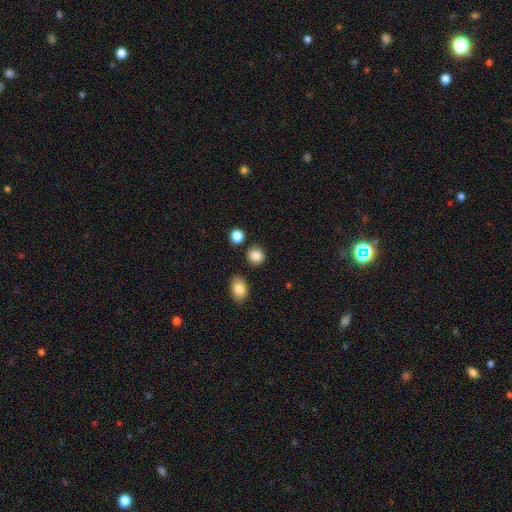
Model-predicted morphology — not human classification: Smooth or featured: smooth — 85% (star or artifact — 10%)
How rounded: round — 82% (in between — 17%)
Merging: none — 84% (minor disturbance — 9%)